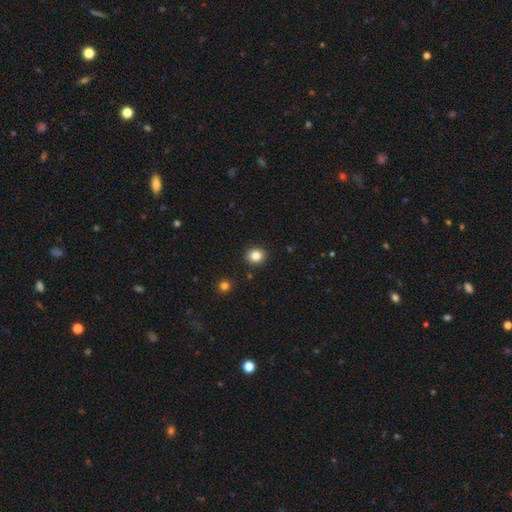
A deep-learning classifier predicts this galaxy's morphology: A smooth galaxy with no disk features (84%) that is round (79%).

Vote fractions:
- Smooth or featured? smooth: 84% / star or artifact: 11% / featured or disk: 5%
- How rounded? round: 79% / in between: 20% / cigar-shaped: 1%
- Merging? none: 91% / minor disturbance: 6% / merger: 2% / major disturbance: 2%